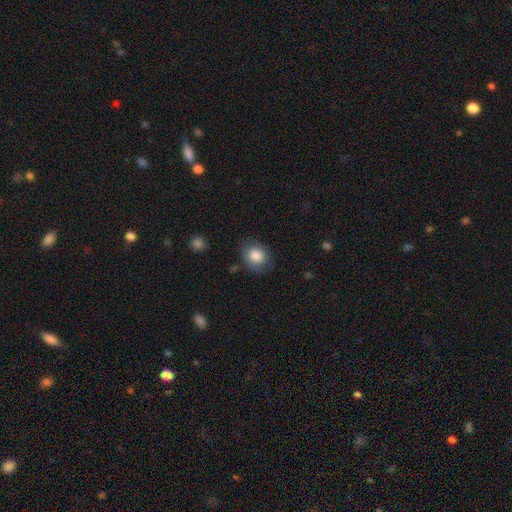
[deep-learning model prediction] Morphology: type=smooth (82%); roundness=round (63%); merging=none (77%).